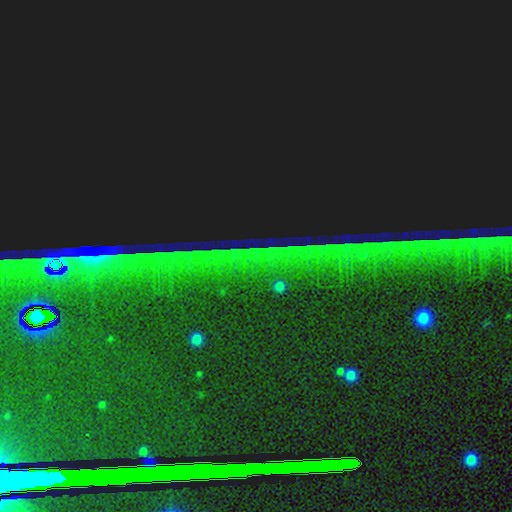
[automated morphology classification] Smooth or featured: star or artifact — 87% (featured or disk — 7%)